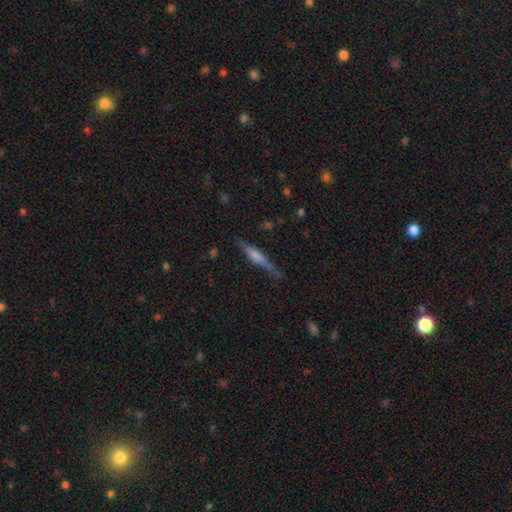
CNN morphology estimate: featured or disk 59%, smooth 34%, star or artifact 7%. Down the decision tree: edge-on disk — yes (96%); edge-on bulge — rounded (51%); merging — none (79%).